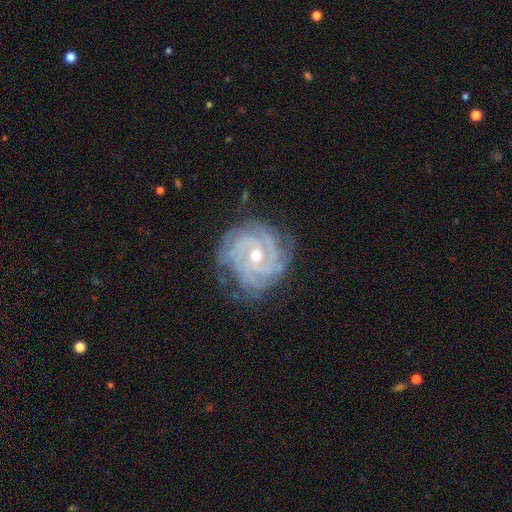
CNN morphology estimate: smooth-or-featured: featured or disk: 90% | star or artifact: 5% | smooth: 4%
  disk-edge-on: no: 97% | yes: 3%
    bar: no: 59% | weak: 30% | strong: 11%
    has-spiral-arms: yes: 98% | no: 2%
      spiral-winding: tight: 77% | medium: 20% | loose: 3%
      spiral-arm-count: 3: 27% | 4: 23% | can't tell: 20% | 2: 13% | more than 4: 10% | 1: 7%
    bulge-size: moderate: 53% | small: 45% | large: 1% | none: 1% | dominant: 1%
  merging: none: 75% | minor disturbance: 18% | major disturbance: 6% | merger: 1%